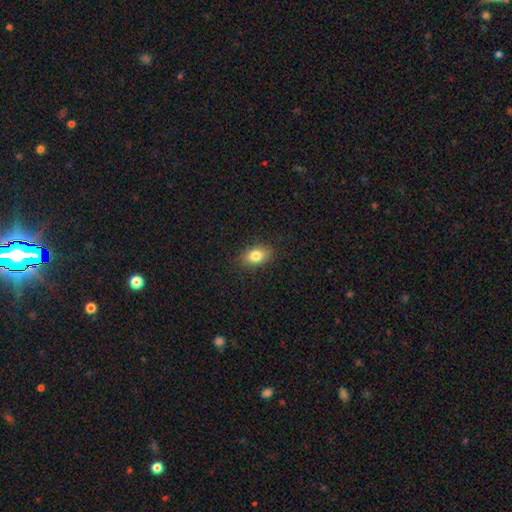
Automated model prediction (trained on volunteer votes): A smooth galaxy with no disk features (82%) that is in between round and cigar-shaped (82%). Merging: none (86%).